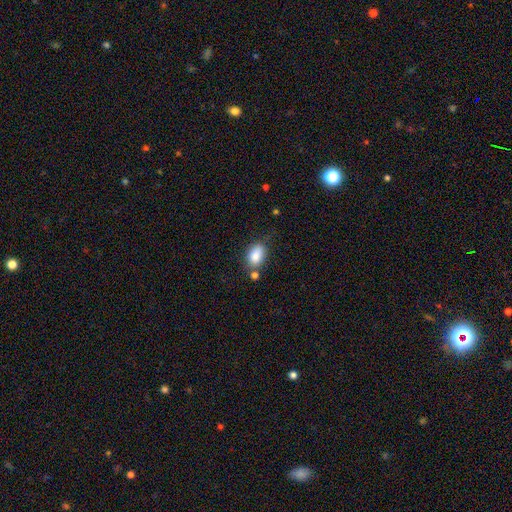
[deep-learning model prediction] Morphology: type=smooth (86%); roundness=in between (85%); merging=none (65%).